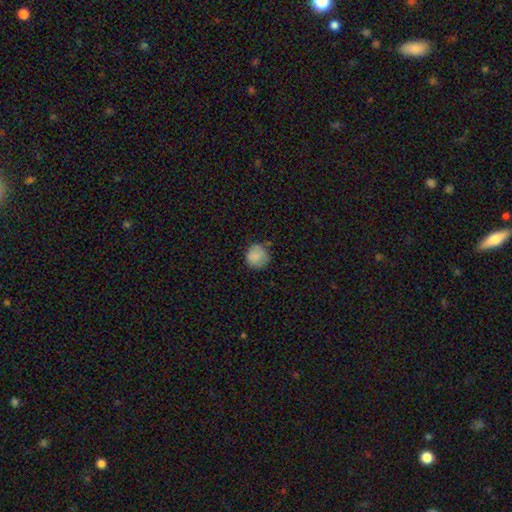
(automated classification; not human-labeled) A smooth galaxy with no disk features (85%) that is round (90%). Merging: none (71%).